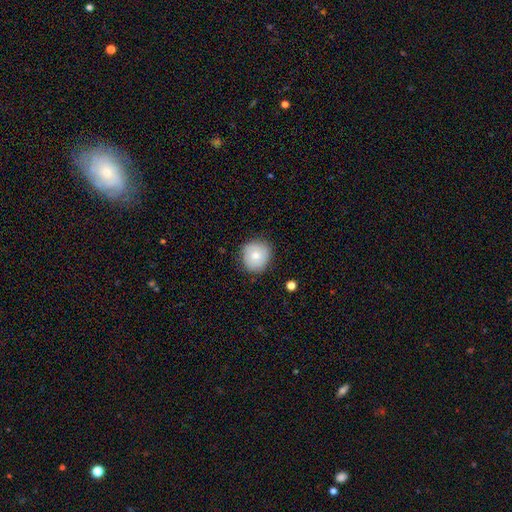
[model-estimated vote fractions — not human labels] Smooth or featured?
  - smooth: 74% *
  - featured or disk: 18%
  - star or artifact: 8%
How rounded?
  - round: 87% *
  - in between: 12%
  - cigar-shaped: 1%
Merging?
  - none: 81% *
  - minor disturbance: 15%
  - major disturbance: 3%
  - merger: 1%